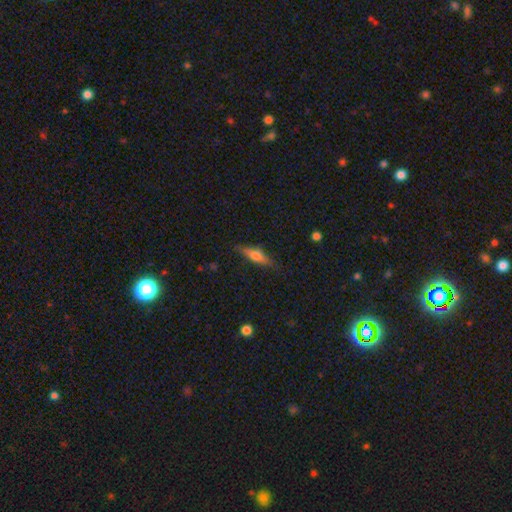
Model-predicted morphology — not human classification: smooth 50%, featured or disk 42%, star or artifact 8%. Down the decision tree: how rounded — cigar-shaped (65%); merging — none (81%).